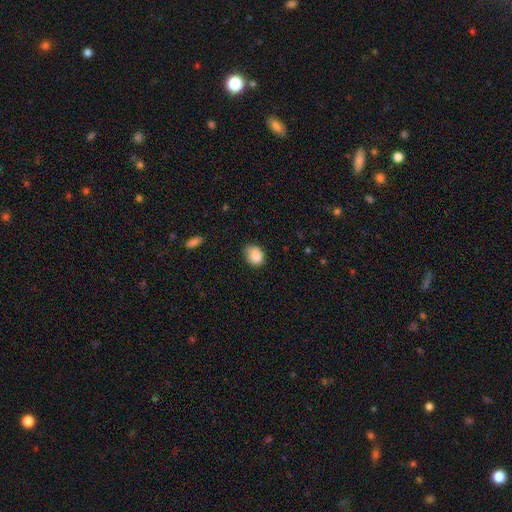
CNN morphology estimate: smooth-or-featured: smooth: 87% | star or artifact: 8% | featured or disk: 4%
  how-rounded: in between: 54% | round: 45% | cigar-shaped: 1%
  merging: none: 66% | minor disturbance: 27% | major disturbance: 5% | merger: 2%